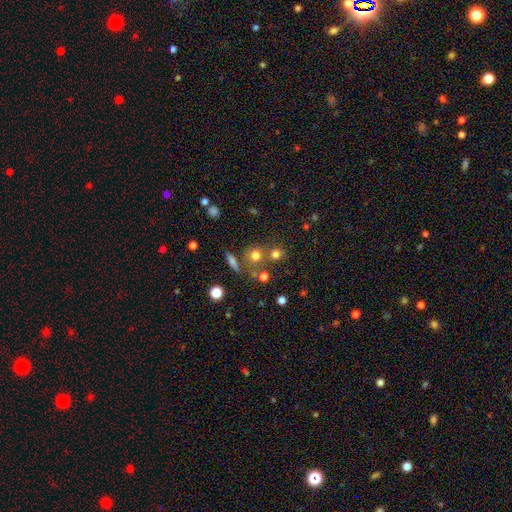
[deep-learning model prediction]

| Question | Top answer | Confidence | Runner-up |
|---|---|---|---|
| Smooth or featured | smooth | 71% | star or artifact (18%) |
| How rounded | round | 87% | in between (11%) |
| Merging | none | 62% | merger (24%) |